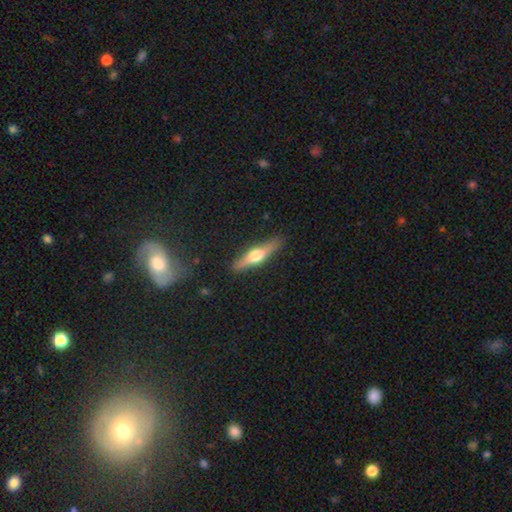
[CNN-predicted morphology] Overall: featured or disk (55%; smooth 40%). Edge-on disk: yes (94%). Edge-on bulge: rounded (93%). Merging: none (88%).